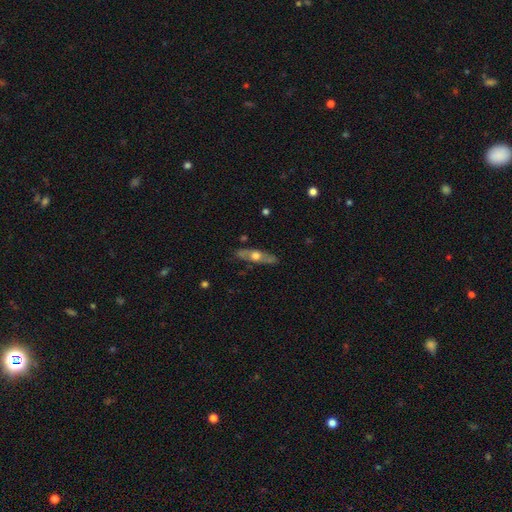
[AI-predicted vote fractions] Smooth or featured? Predicted: featured or disk (p=0.57). Edge-on disk? Predicted: yes (p=0.67). Merging? Predicted: none (p=0.82).